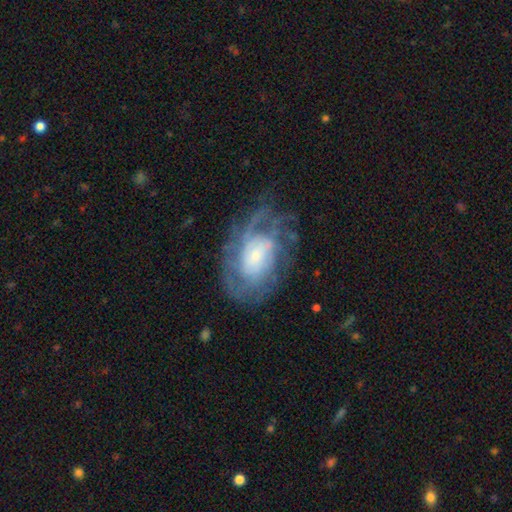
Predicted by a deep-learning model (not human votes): Morphology: type=featured or disk (80%); edge-on=no (96%); bar=no (61%); spiral arms=yes (90%); winding=tight (52%); arm count=can't tell (45%); bulge=small (55%); merging=none (61%).